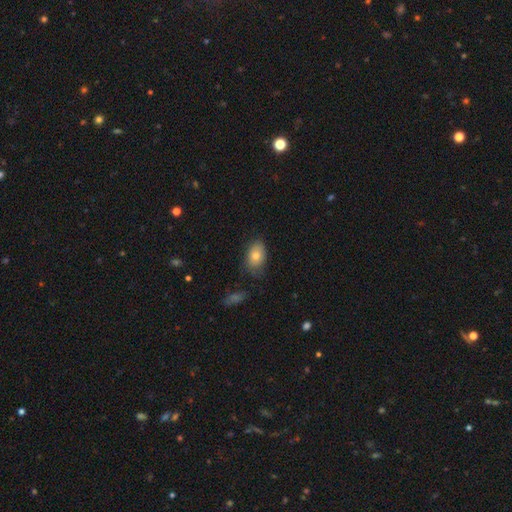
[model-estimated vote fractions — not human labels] A smooth galaxy with no disk features (78%) that is in between round and cigar-shaped (87%).

Vote fractions:
- Smooth or featured? smooth: 78% / featured or disk: 14% / star or artifact: 8%
- How rounded? in between: 87% / round: 12% / cigar-shaped: 2%
- Merging? none: 63% / minor disturbance: 28% / major disturbance: 7% / merger: 2%